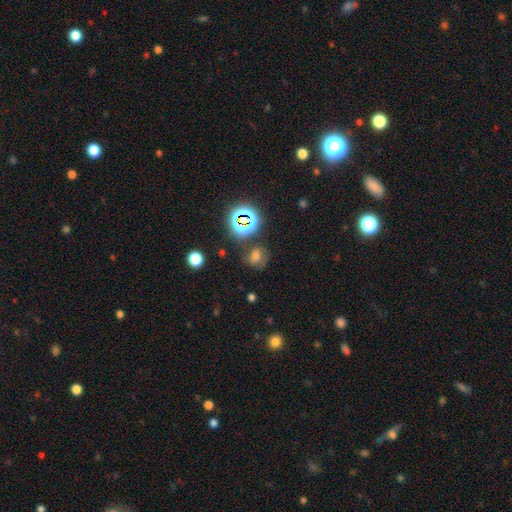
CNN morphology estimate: smooth-or-featured: smooth: 51% | star or artifact: 35% | featured or disk: 14%
  how-rounded: round: 70% | in between: 29% | cigar-shaped: 1%
  merging: none: 68% | minor disturbance: 18% | major disturbance: 9% | merger: 6%